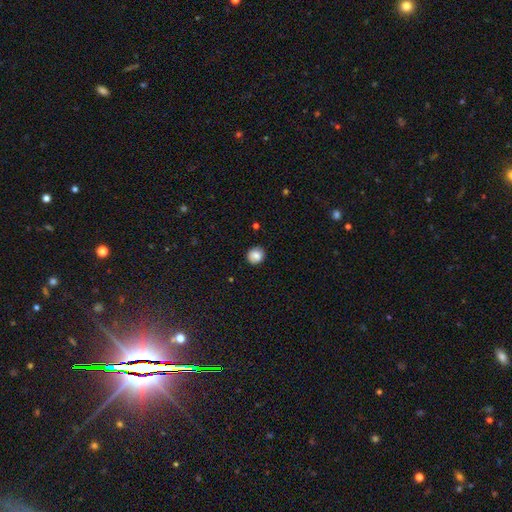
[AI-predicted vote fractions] Q: Smooth or featured?
A: smooth (86%); runner-up: star or artifact (9%)
Q: How rounded?
A: round (89%); runner-up: in between (10%)
Q: Merging?
A: none (89%); runner-up: minor disturbance (8%)